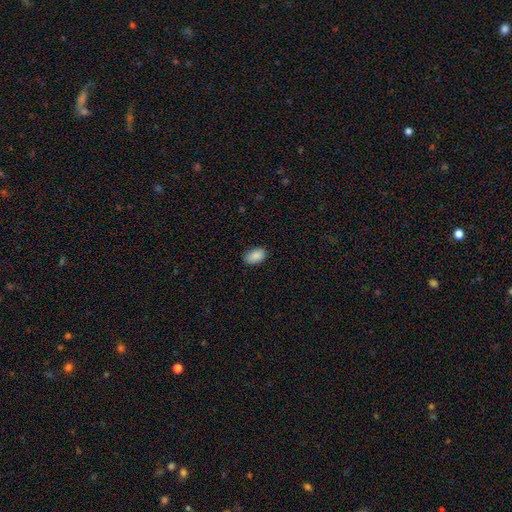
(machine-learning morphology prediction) Smooth or featured: smooth — 88% (star or artifact — 8%)
How rounded: in between — 91% (round — 7%)
Merging: none — 83% (minor disturbance — 14%)